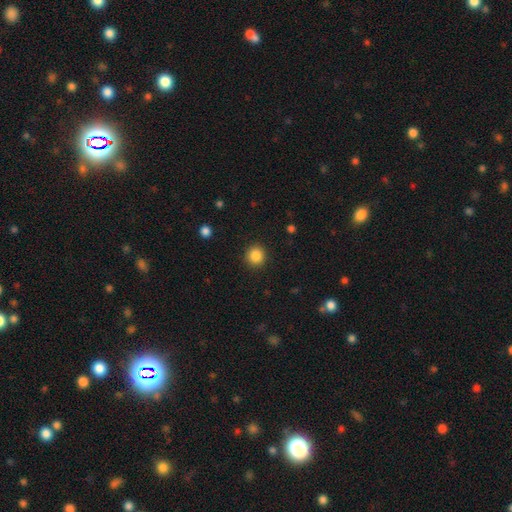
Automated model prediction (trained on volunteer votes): smooth_or_featured: smooth (p=0.85) [alt: star or artifact p=0.10]
how_rounded: round (p=0.92) [alt: in between p=0.07]
merging: none (p=0.92) [alt: minor disturbance p=0.05]